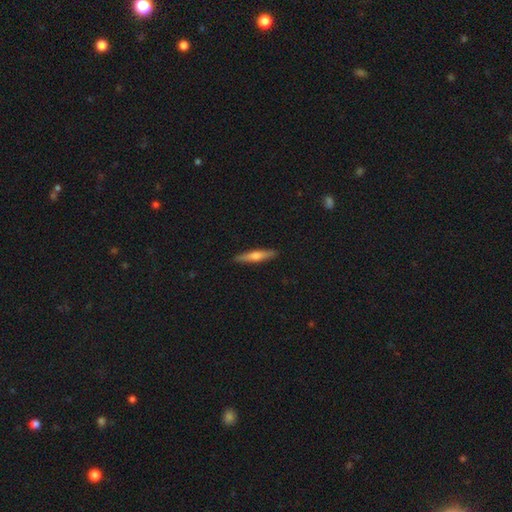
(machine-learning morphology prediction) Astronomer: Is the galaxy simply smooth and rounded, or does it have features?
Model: smooth — 53% (runner-up: featured or disk, 41%).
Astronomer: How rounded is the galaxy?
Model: cigar-shaped — 88%.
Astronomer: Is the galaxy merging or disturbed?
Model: none — 91%.